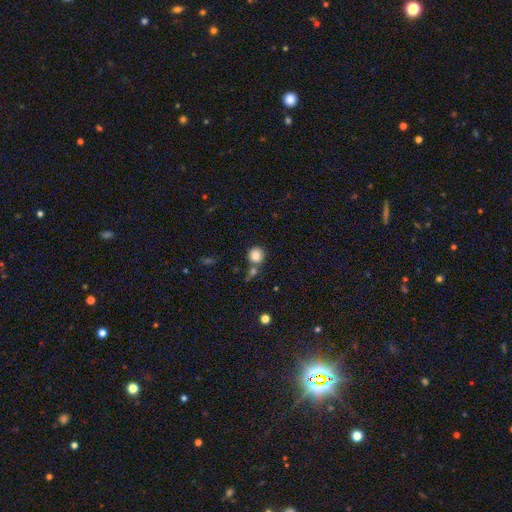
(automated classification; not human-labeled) Morphology: type=smooth (85%); roundness=round (90%); merging=none (65%).